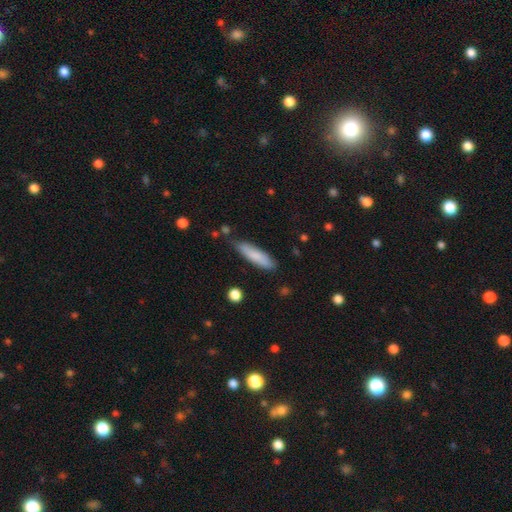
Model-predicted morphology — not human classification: A smooth galaxy with no disk features (79%) that is cigar-shaped (72%). Merging: none (75%).